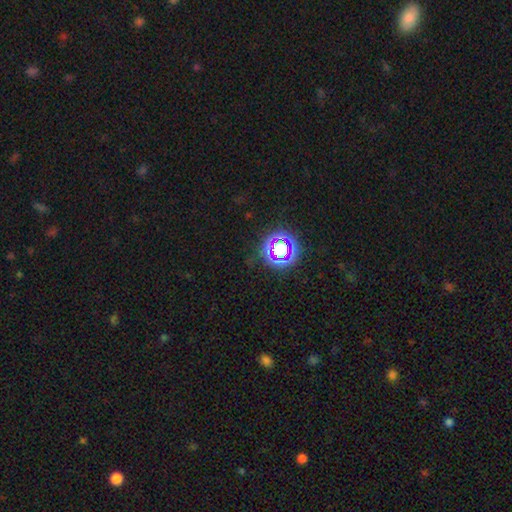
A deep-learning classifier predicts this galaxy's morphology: Smooth or featured?
  - star or artifact: 74% *
  - smooth: 19%
  - featured or disk: 8%